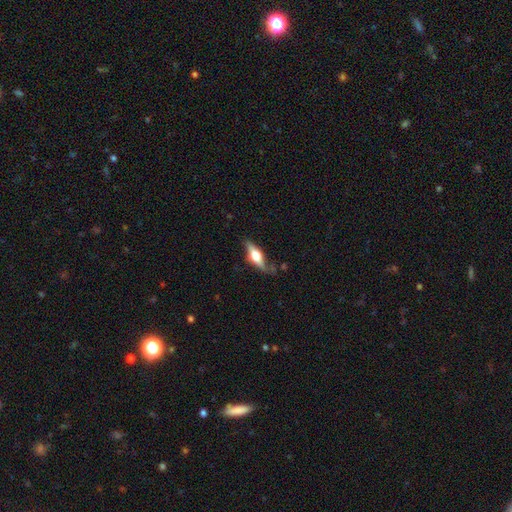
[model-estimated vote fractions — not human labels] featured or disk 62%, smooth 32%, star or artifact 6%. Down the decision tree: edge-on disk — yes (91%); edge-on bulge — rounded (93%); merging — none (67%).